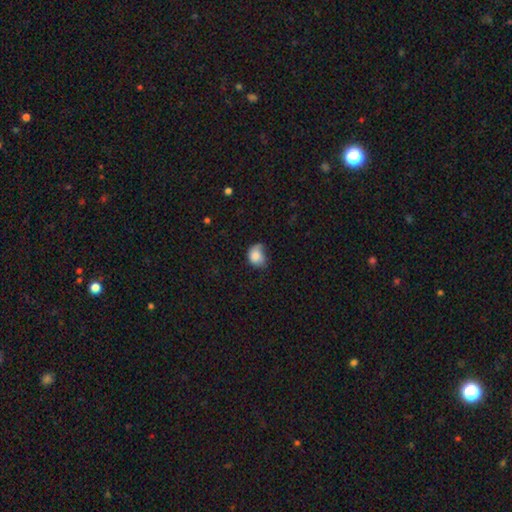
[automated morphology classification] Smooth or featured? Predicted: smooth (p=0.79). How rounded? Predicted: round (p=0.54). Merging? Predicted: minor disturbance (p=0.42).